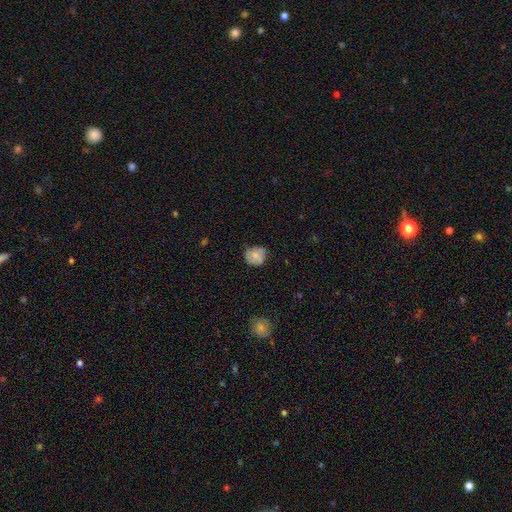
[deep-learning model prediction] smooth-or-featured: smooth: 70% | featured or disk: 22% | star or artifact: 8%
  how-rounded: round: 78% | in between: 21% | cigar-shaped: 1%
  merging: none: 64% | minor disturbance: 28% | major disturbance: 6% | merger: 2%